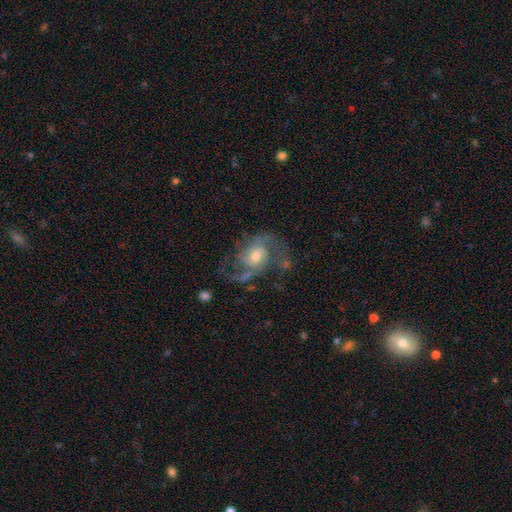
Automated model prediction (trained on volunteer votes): This is clearly a featured or disk galaxy (85%). It is clearly not viewed edge-on (97%). Bar: possibly no (57%). Spiral arm pattern: clearly yes (95%). Spiral arm count: likely 2 (75%). Spiral winding: possibly medium (55%). Central bulge: likely moderate (60%). Merging: likely none (62%).